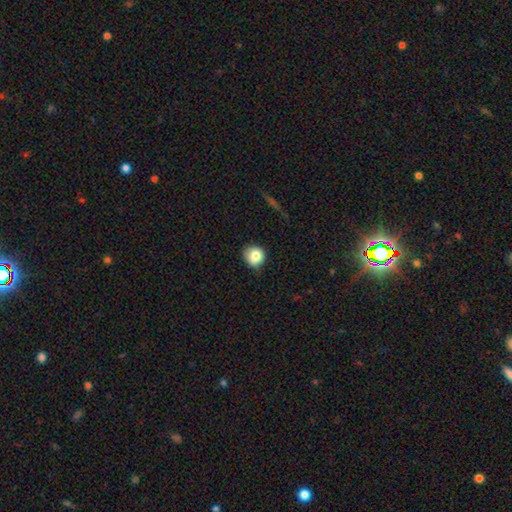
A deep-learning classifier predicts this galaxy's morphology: Overall: smooth (81%). How rounded: round (88%). Merging: none (68%).